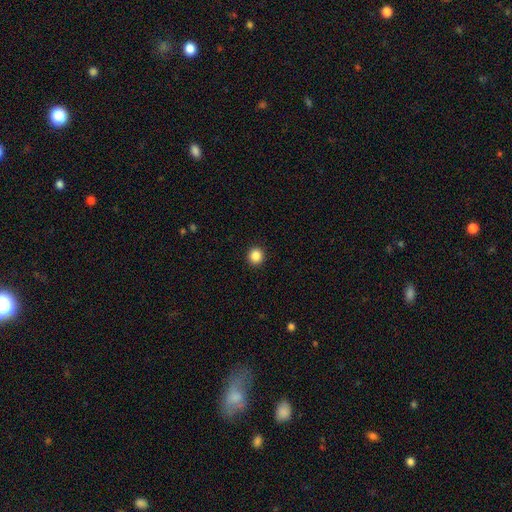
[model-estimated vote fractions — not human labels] Morphology: type=smooth (86%); roundness=round (92%); merging=none (93%).